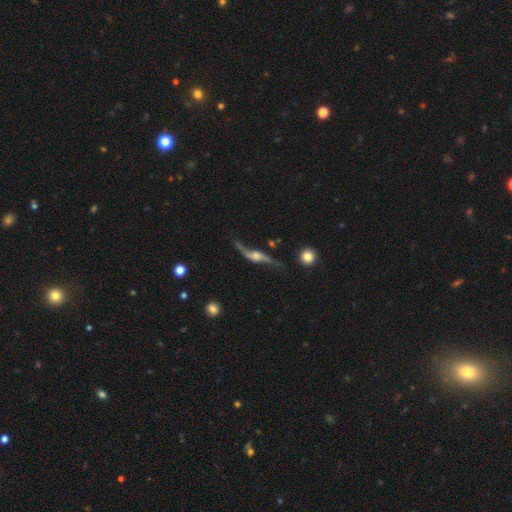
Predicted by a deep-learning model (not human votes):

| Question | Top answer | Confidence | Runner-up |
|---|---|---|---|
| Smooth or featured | featured or disk | 86% | smooth (9%) |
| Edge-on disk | no | 67% | yes (33%) |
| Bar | no | 56% | weak (31%) |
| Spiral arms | yes | 94% | no (6%) |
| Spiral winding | loose | 93% | medium (5%) |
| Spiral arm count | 2 | 92% | 1 (3%) |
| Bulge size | moderate | 47% | small (28%) |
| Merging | none | 60% | minor disturbance (22%) |